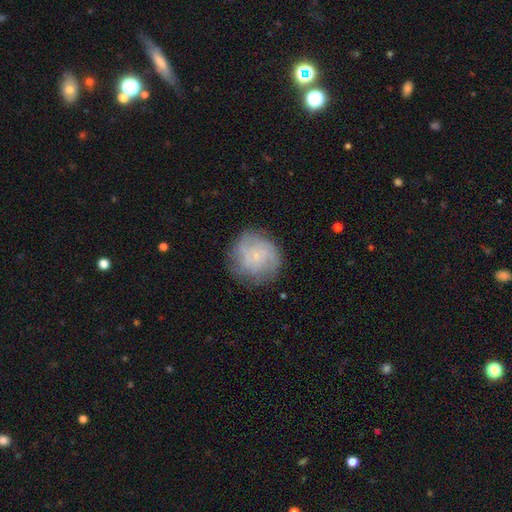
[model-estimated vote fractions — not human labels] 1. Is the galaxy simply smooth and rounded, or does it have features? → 50% featured or disk, 41% smooth, 9% star or artifact.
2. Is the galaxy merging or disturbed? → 73% none, 18% minor disturbance, 8% major disturbance, 1% merger.